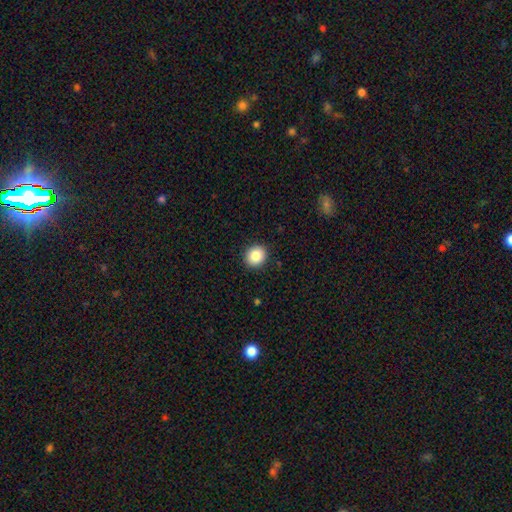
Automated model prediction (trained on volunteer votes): Overall: smooth (86%). How rounded: round (80%). Merging: none (91%).